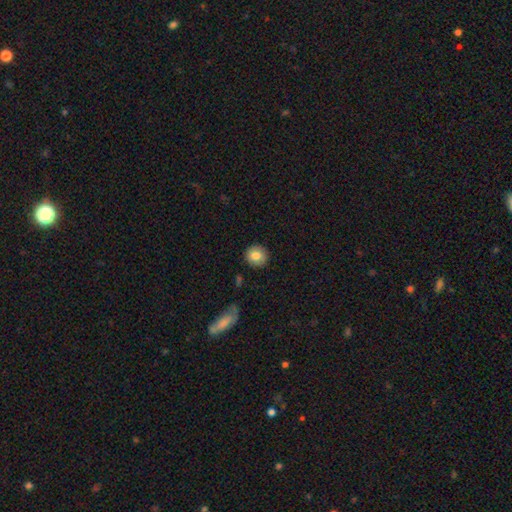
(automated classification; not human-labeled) A smooth galaxy with no disk features (82%) that is round (91%). Merging: none (90%).